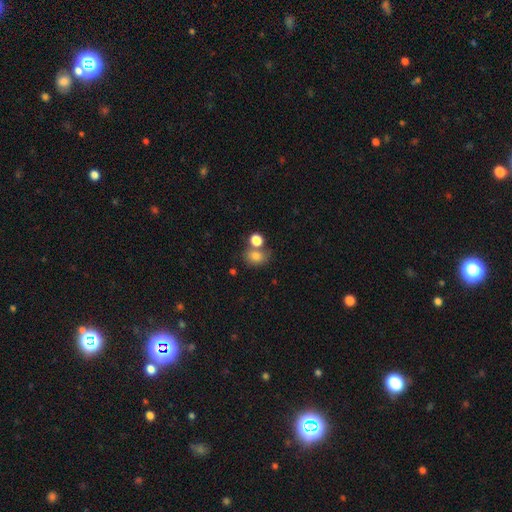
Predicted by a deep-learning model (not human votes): Smooth or featured? Predicted: smooth (p=0.79). How rounded? Predicted: in between (p=0.51). Merging? Predicted: none (p=0.50).